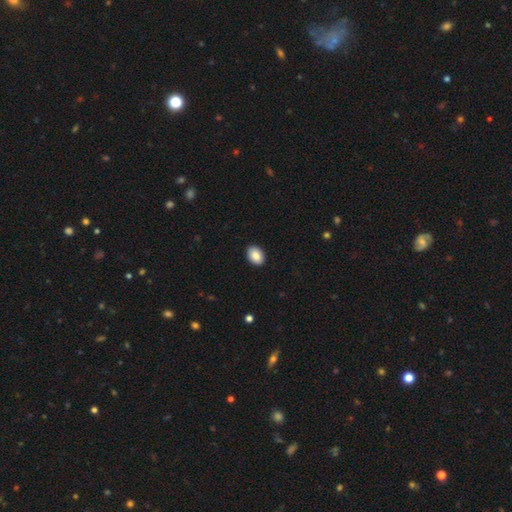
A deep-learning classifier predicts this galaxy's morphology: Smooth or featured?
  - smooth: 87% *
  - star or artifact: 7%
  - featured or disk: 6%
How rounded?
  - in between: 78% *
  - round: 21%
  - cigar-shaped: 1%
Merging?
  - none: 91% *
  - minor disturbance: 7%
  - major disturbance: 2%
  - merger: 1%